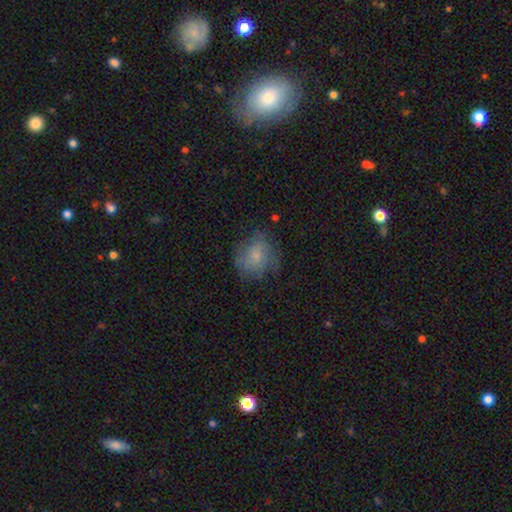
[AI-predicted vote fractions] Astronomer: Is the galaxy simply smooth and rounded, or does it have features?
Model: smooth — 63%.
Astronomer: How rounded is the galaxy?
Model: round — 68%.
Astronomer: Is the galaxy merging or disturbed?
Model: none — 63%.